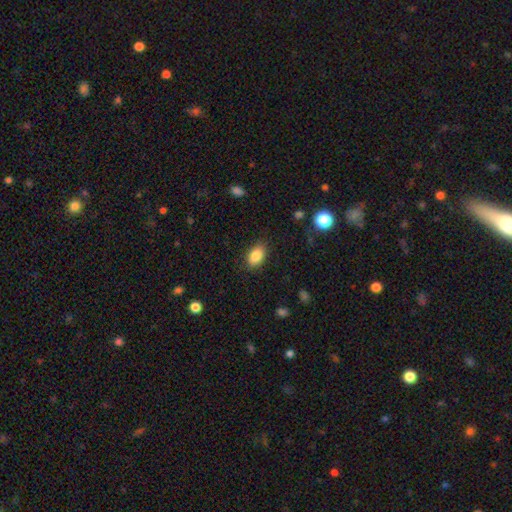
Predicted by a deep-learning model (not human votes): Overall: smooth (85%). How rounded: in between (87%). Merging: none (84%).